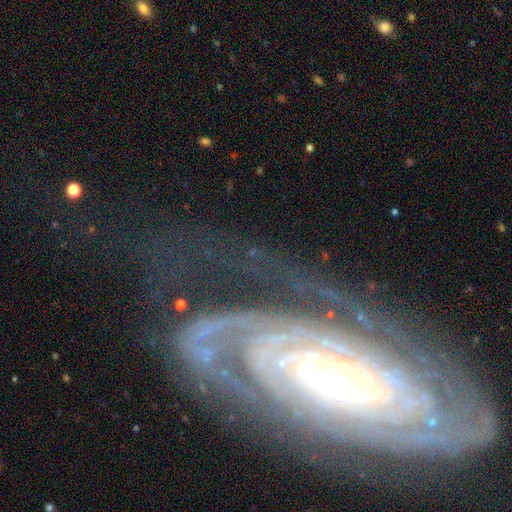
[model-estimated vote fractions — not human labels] This appears to be a featured or disk galaxy (87%) with no bar (65%), tight (79%) spiral arms (97%) and a small central bulge (68%). Merging: none (68%).